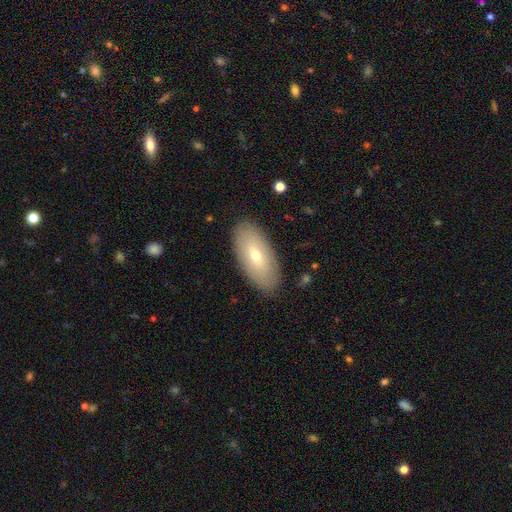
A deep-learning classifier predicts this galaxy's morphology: Smooth or featured: smooth — 59% (featured or disk — 35%)
How rounded: in between — 90% (cigar-shaped — 7%)
Merging: none — 88% (minor disturbance — 9%)